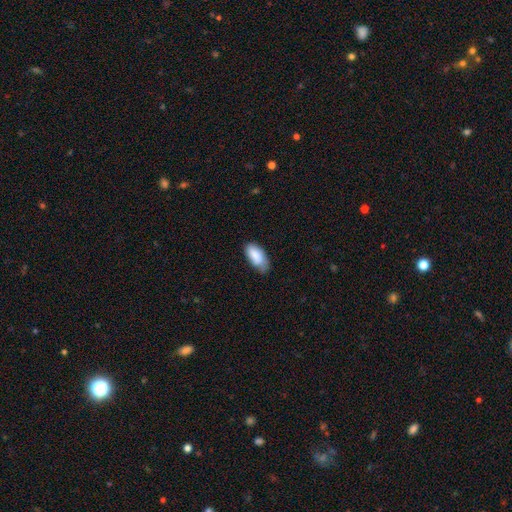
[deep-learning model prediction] smooth-or-featured: smooth: 86% | featured or disk: 8% | star or artifact: 6%
  how-rounded: in between: 93% | cigar-shaped: 5% | round: 2%
  merging: none: 56% | minor disturbance: 36% | major disturbance: 7% | merger: 2%